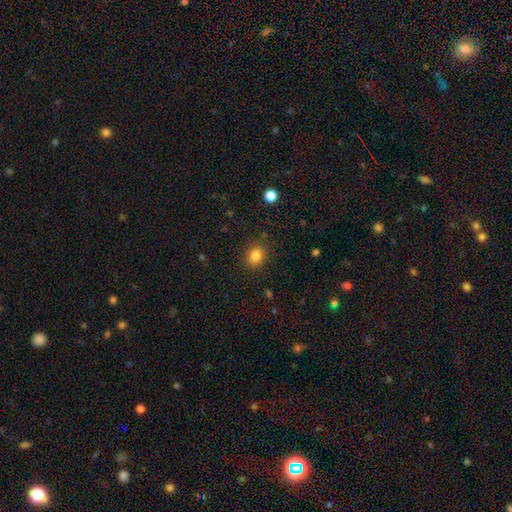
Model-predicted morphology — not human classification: type=smooth (83%); roundness=round (64%); merging=none (86%).